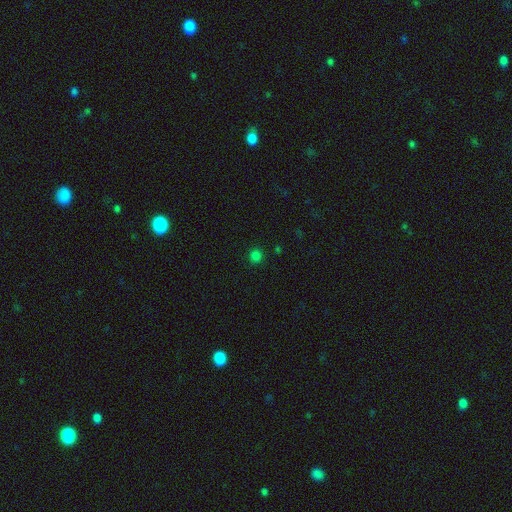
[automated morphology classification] Smooth or featured: smooth — 79% (star or artifact — 18%)
How rounded: round — 91% (in between — 8%)
Merging: none — 90% (minor disturbance — 6%)